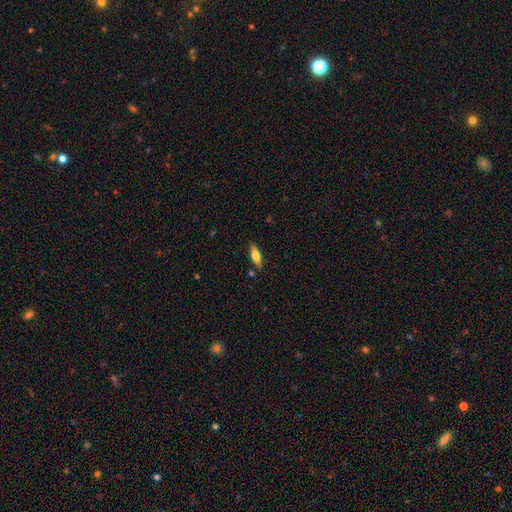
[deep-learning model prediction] Overall: smooth (69%). How rounded: in between (65%; cigar-shaped 32%). Merging: none (84%).